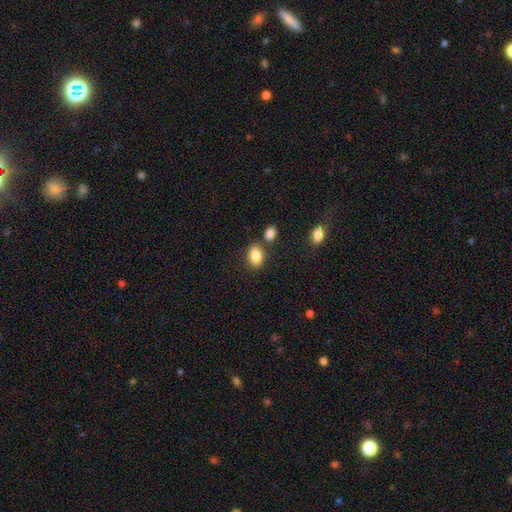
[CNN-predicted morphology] Overall: smooth (86%). How rounded: in between (78%). Merging: none (71%).